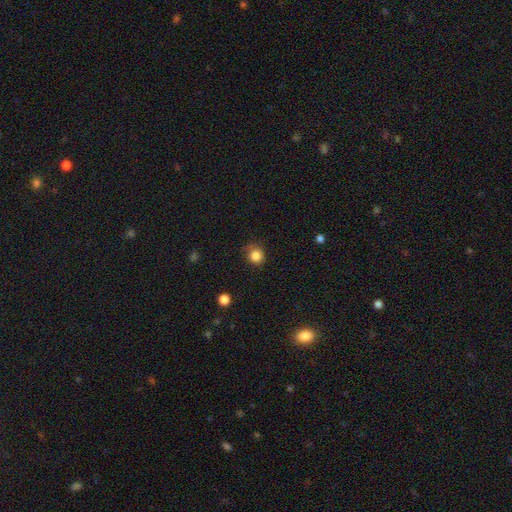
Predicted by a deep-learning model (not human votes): smooth-or-featured: smooth: 84% | star or artifact: 11% | featured or disk: 4%
  how-rounded: round: 89% | in between: 10% | cigar-shaped: 1%
  merging: none: 76% | minor disturbance: 18% | major disturbance: 5% | merger: 1%